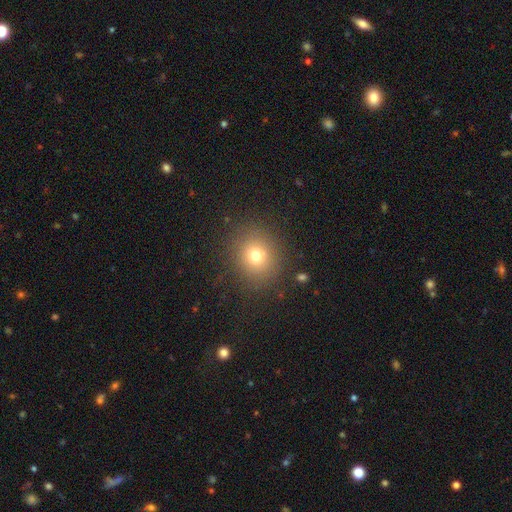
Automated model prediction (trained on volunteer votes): Smooth or featured? smooth (74%)
How rounded? round (83%)
Merging? none (87%)